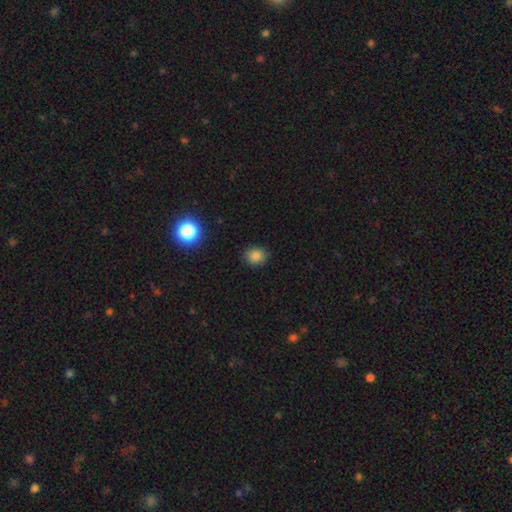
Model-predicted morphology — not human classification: The model was most divided on "how rounded": round: 72%, in between: 27%, cigar-shaped: 1%. More confident: merging — none (88%); smooth or featured — smooth (81%).